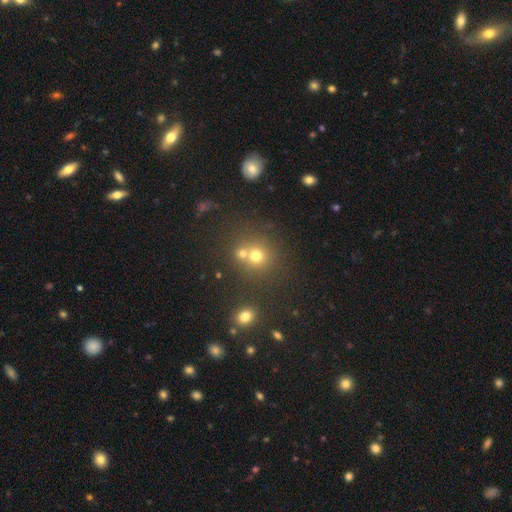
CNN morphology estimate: Overall: smooth (71%). How rounded: round (87%). Merging: none (57%; merger 32%).